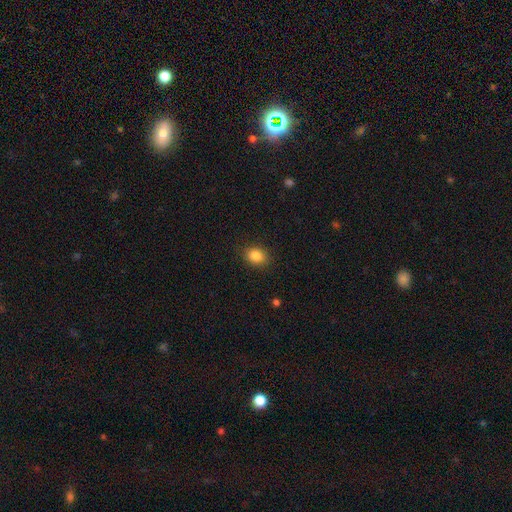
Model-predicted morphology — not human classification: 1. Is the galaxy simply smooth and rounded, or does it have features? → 84% smooth, 10% star or artifact, 6% featured or disk.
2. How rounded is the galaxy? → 57% in between, 42% round, 1% cigar-shaped.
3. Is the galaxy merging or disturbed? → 87% none, 9% minor disturbance, 3% major disturbance, 1% merger.